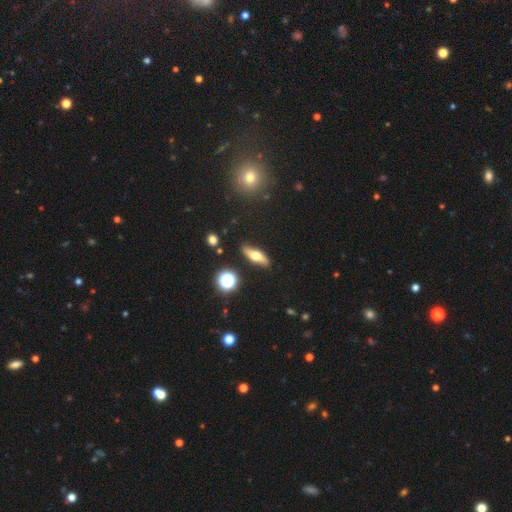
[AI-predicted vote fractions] This is possibly a featured or disk galaxy (46%). Merging: clearly none (84%).